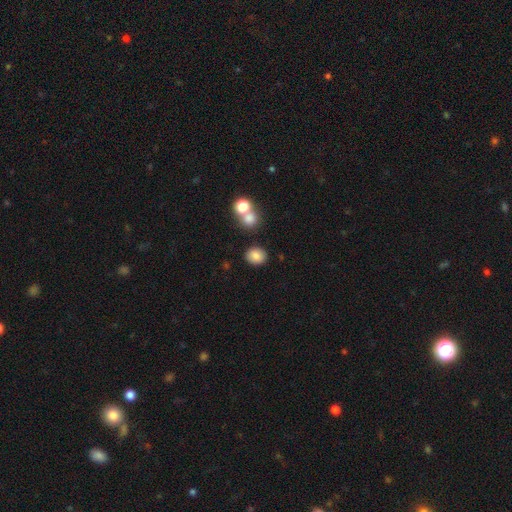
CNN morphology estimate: Overall: smooth (82%). How rounded: round (65%; in between 34%). Merging: none (81%).